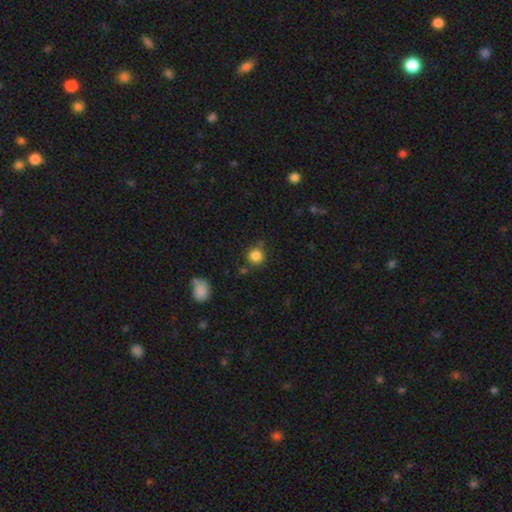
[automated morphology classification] A smooth galaxy with no disk features (84%) that is round (92%). Merging: none (81%).